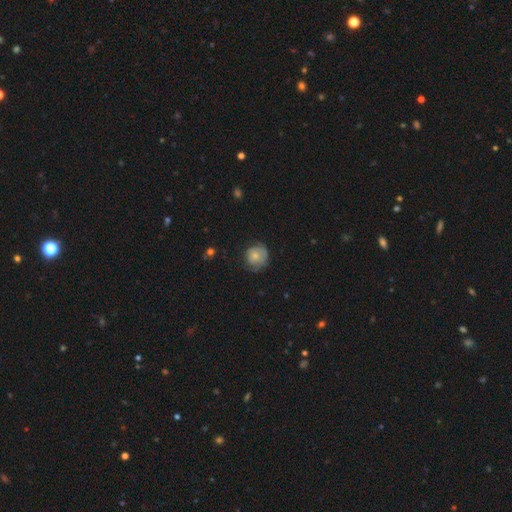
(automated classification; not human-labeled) Smooth or featured? smooth (63%)
How rounded? round (84%)
Merging? none (58%)